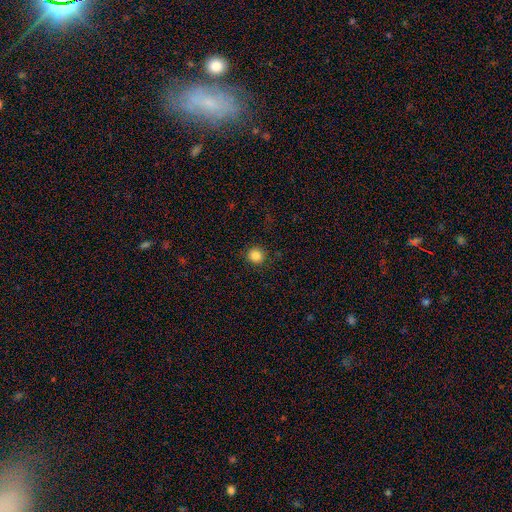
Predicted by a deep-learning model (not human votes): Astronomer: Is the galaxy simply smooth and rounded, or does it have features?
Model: smooth — 85%.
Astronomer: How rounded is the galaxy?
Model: round — 93%.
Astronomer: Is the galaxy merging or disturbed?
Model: none — 90%.